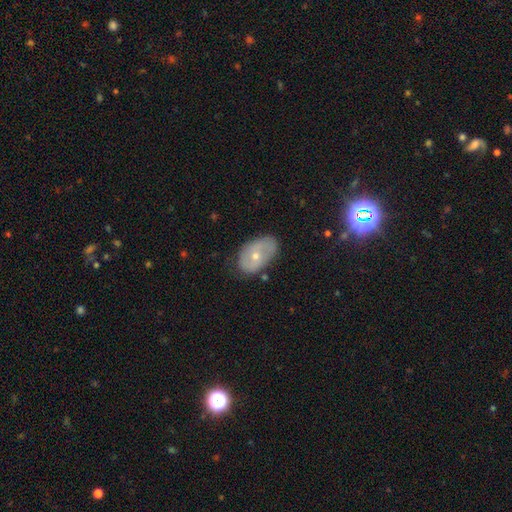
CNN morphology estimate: smooth_or_featured: featured or disk (p=0.49) [alt: smooth p=0.43]
merging: none (p=0.65) [alt: minor disturbance p=0.26]